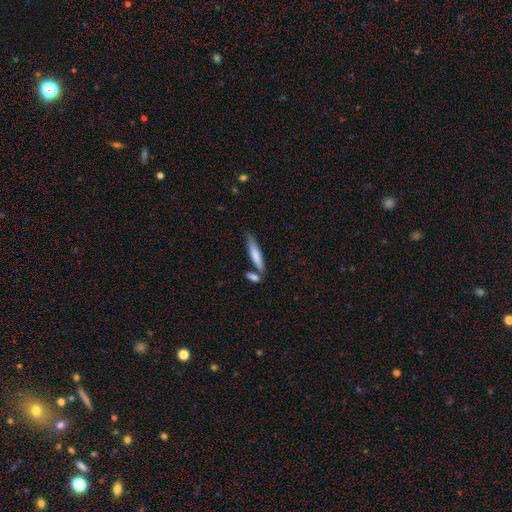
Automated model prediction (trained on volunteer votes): Morphology: type=smooth (75%); roundness=cigar-shaped (80%); merging=none (62%).